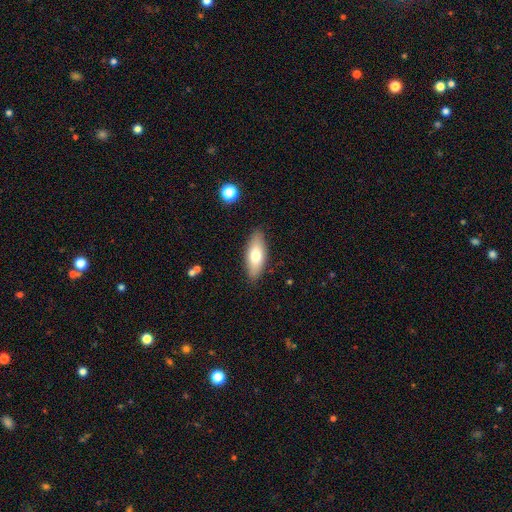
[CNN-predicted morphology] Smooth or featured? Predicted: smooth (p=0.70). How rounded? Predicted: in between (p=0.71). Merging? Predicted: none (p=0.88).